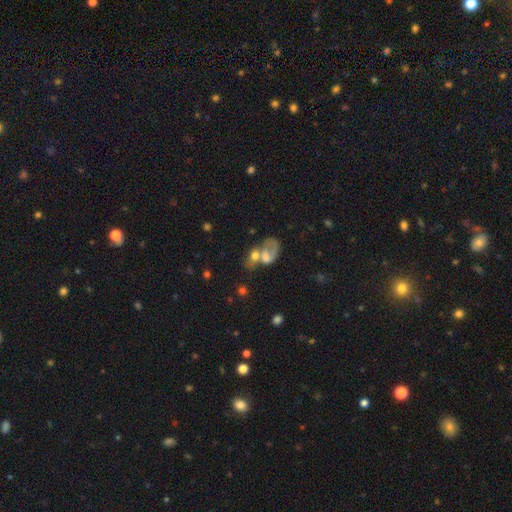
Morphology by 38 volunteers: smooth-or-featured: smooth: 63% | featured or disk: 29% | star or artifact: 8%
  how-rounded: in between: 83% | round: 17% | cigar-shaped: 0%
  merging: merger: 86% | none: 6% | major disturbance: 6% | minor disturbance: 3%